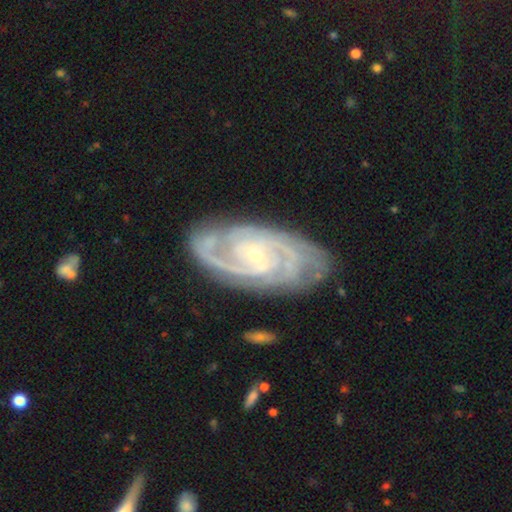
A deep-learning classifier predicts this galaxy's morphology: featured or disk 92%, star or artifact 5%, smooth 4%. Down the decision tree: edge-on disk — no (96%); bar — no (63%); spiral arms — yes (98%); spiral arm count — 2 (37%); spiral winding — tight (64%); bulge size — small (71%); merging — none (78%).